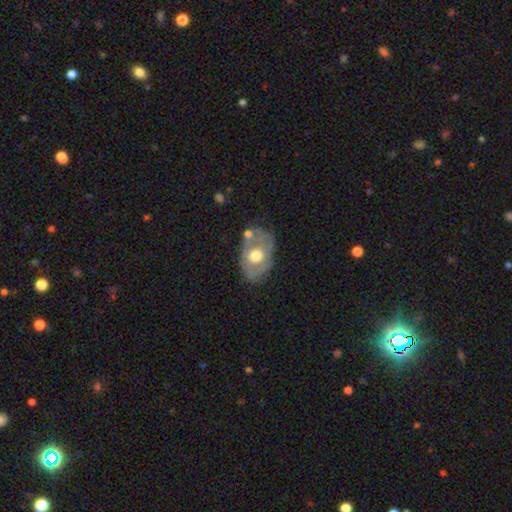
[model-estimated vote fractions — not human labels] The model was most divided on "smooth or featured": featured or disk: 58%, smooth: 36%, star or artifact: 6%. More confident: edge-on disk — no (92%); bar — no (83%); spiral arms — no (72%); bulge size — moderate (62%); merging — none (60%).